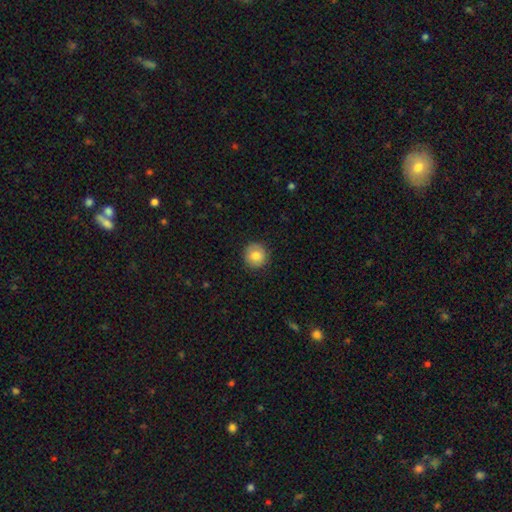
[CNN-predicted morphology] smooth 82%, featured or disk 10%, star or artifact 8%. Down the decision tree: how rounded — round (93%); merging — none (88%).